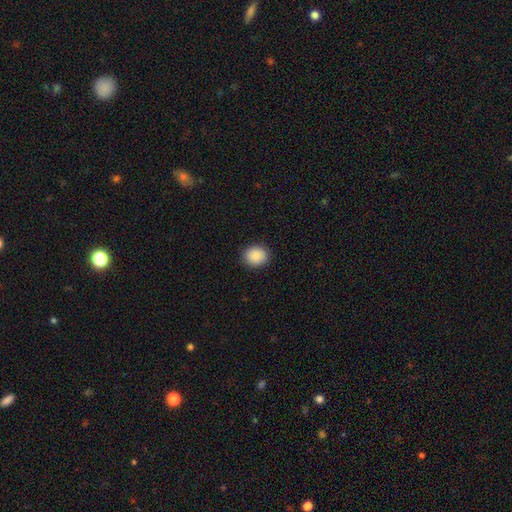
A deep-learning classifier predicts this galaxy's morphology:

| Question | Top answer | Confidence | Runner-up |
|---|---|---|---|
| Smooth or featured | smooth | 90% | star or artifact (8%) |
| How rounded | round | 68% | in between (31%) |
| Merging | none | 90% | minor disturbance (7%) |